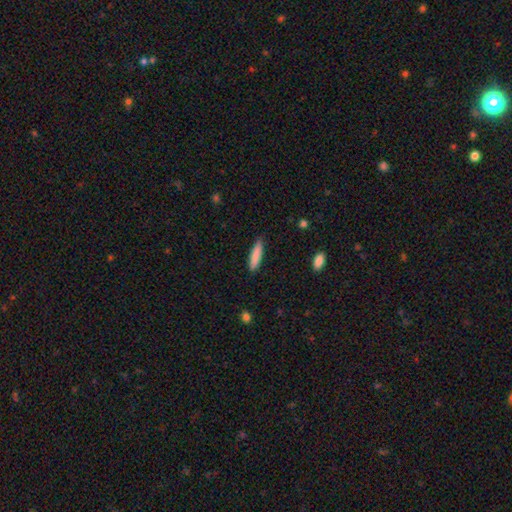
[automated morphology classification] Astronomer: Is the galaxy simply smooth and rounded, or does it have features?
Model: smooth — 86%.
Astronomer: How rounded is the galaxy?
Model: cigar-shaped — 77%.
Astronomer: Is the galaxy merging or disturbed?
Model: none — 85%.